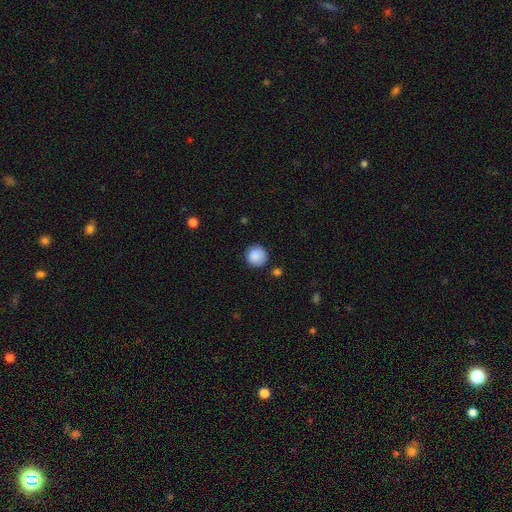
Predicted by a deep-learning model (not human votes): This appears to be a smooth galaxy with no disk features (89%) that is round (94%). Merging: none (87%).